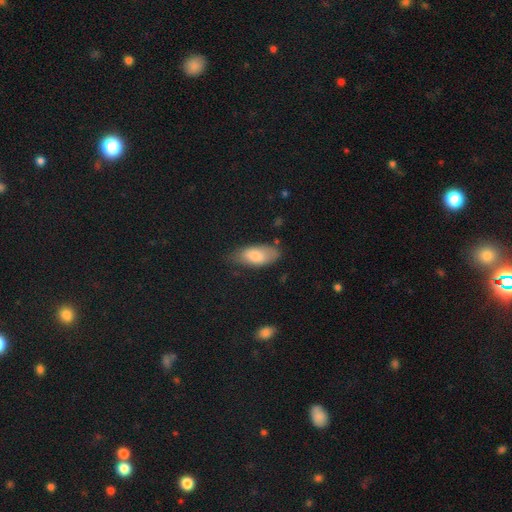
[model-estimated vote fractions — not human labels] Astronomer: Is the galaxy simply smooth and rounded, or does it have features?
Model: smooth — 80%.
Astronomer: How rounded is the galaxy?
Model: in between — 89%.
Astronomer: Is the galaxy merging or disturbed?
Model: none — 62%.